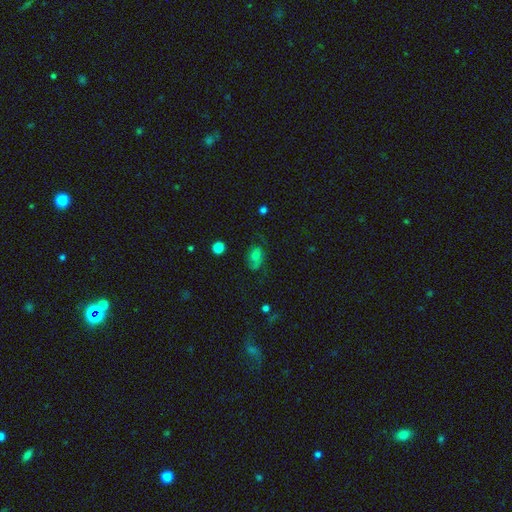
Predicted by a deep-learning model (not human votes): This appears to be a smooth galaxy with no disk features (62%) that is in between round and cigar-shaped (74%). Merging: none (51%).